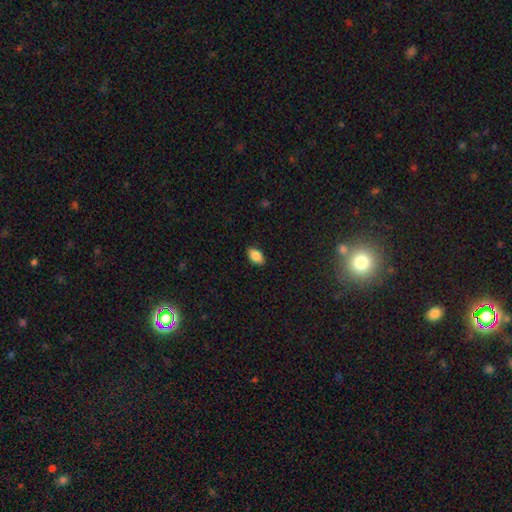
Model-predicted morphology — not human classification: Smooth or featured? smooth (87%)
How rounded? in between (92%)
Merging? none (88%)